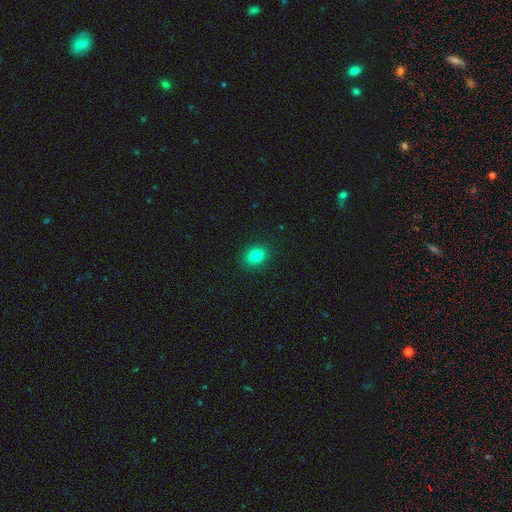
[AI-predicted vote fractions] Q: Smooth or featured?
A: smooth (81%); runner-up: star or artifact (12%)
Q: How rounded?
A: round (53%); runner-up: in between (46%)
Q: Merging?
A: none (90%); runner-up: minor disturbance (7%)